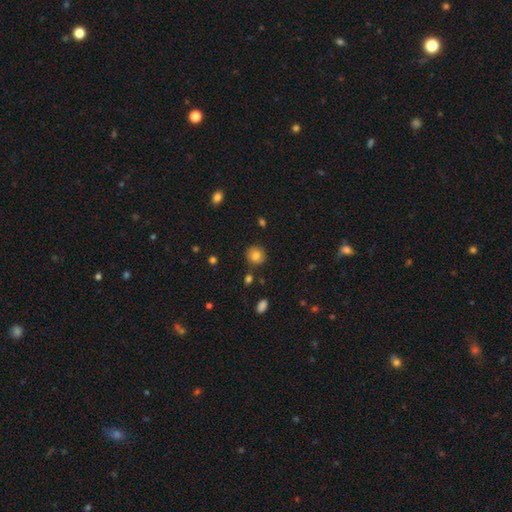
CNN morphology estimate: Smooth or featured?
  - smooth: 82% *
  - star or artifact: 10%
  - featured or disk: 8%
How rounded?
  - round: 87% *
  - in between: 12%
  - cigar-shaped: 1%
Merging?
  - none: 84% *
  - minor disturbance: 10%
  - merger: 3%
  - major disturbance: 3%